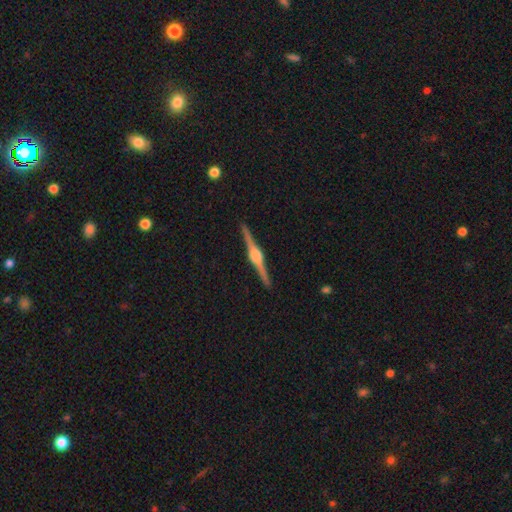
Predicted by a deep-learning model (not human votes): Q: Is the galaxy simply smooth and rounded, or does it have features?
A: featured or disk — 88%.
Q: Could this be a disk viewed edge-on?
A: yes — 99%.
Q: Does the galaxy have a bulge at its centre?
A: rounded — 87%.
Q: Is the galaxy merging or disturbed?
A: none — 92%.